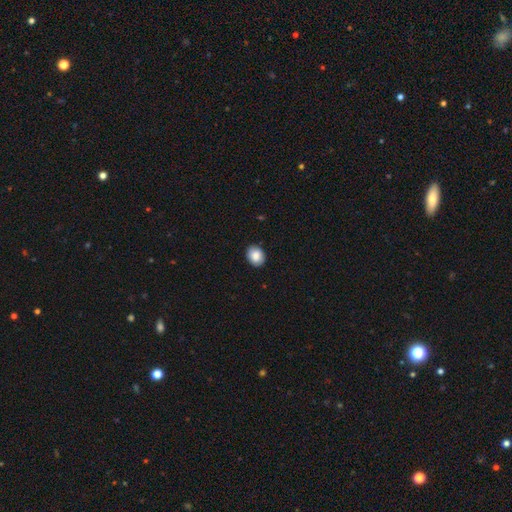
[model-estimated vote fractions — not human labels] Smooth or featured?
  - smooth: 86% *
  - star or artifact: 8%
  - featured or disk: 7%
How rounded?
  - in between: 54% *
  - round: 45%
  - cigar-shaped: 1%
Merging?
  - none: 89% *
  - minor disturbance: 8%
  - major disturbance: 2%
  - merger: 1%